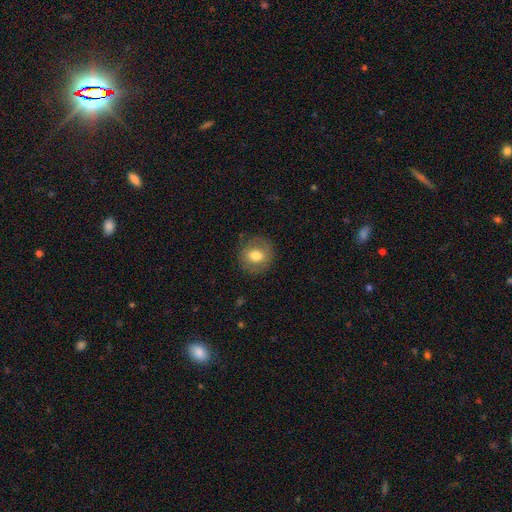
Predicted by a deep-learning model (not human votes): smooth-or-featured: smooth: 70% | featured or disk: 22% | star or artifact: 8%
  how-rounded: round: 84% | in between: 15% | cigar-shaped: 1%
  merging: none: 83% | minor disturbance: 12% | major disturbance: 4% | merger: 1%